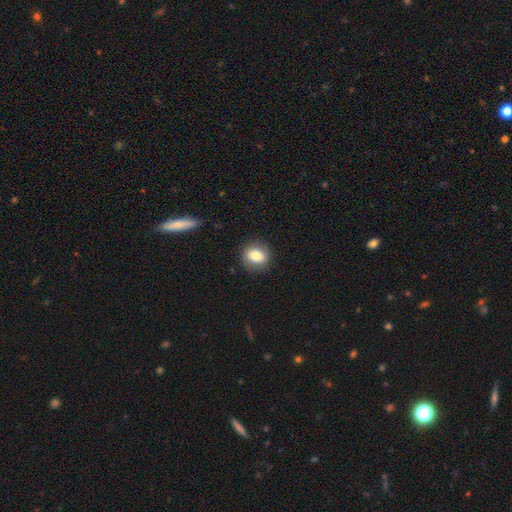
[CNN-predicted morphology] type=smooth (80%); roundness=round (61%); merging=none (86%).